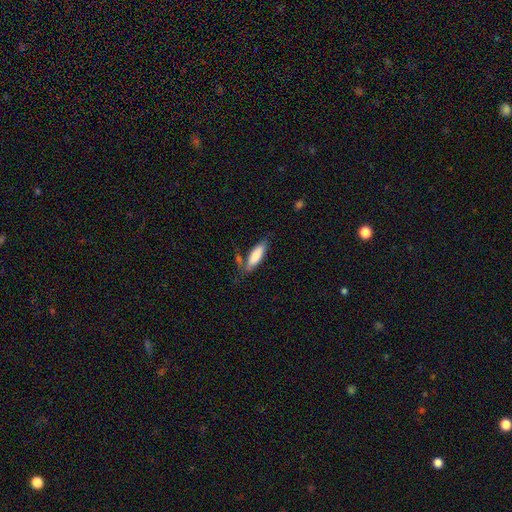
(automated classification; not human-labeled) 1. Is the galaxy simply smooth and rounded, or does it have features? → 80% smooth, 14% featured or disk, 6% star or artifact.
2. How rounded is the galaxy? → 50% cigar-shaped, 49% in between, 2% round.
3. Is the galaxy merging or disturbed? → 63% none, 21% minor disturbance, 9% merger, 6% major disturbance.